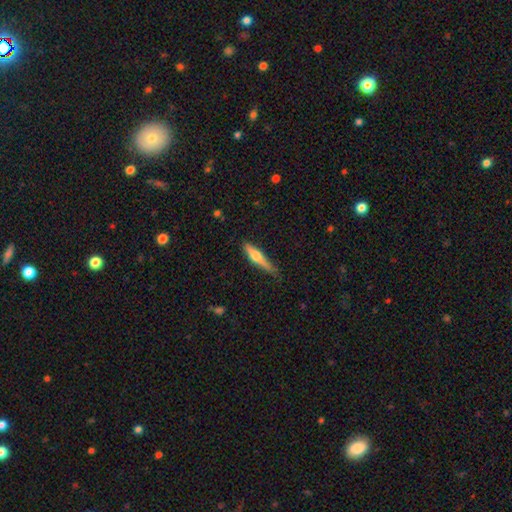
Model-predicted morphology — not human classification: smooth_or_featured: smooth (p=0.49) [alt: featured or disk p=0.45]
merging: none (p=0.70) [alt: minor disturbance p=0.23]